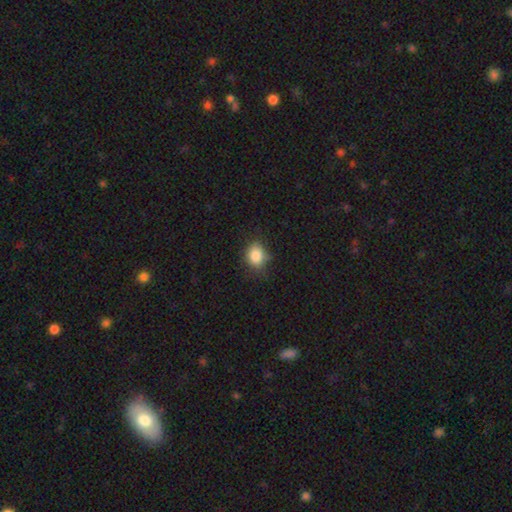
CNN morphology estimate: smooth_or_featured: smooth (p=0.85) [alt: star or artifact p=0.10]
how_rounded: round (p=0.54) [alt: in between p=0.45]
merging: none (p=0.69) [alt: minor disturbance p=0.24]